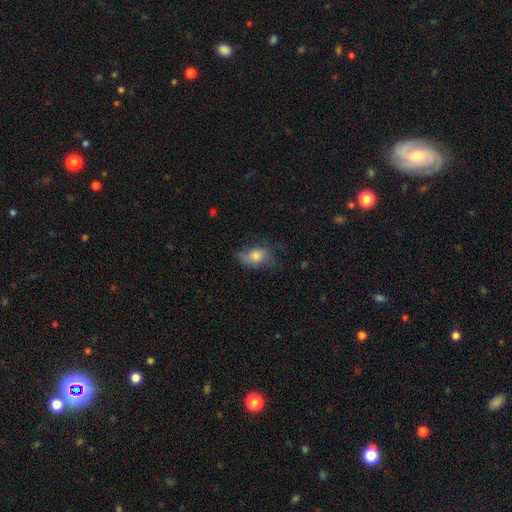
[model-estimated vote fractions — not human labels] Smooth or featured? Predicted: smooth (p=0.64). How rounded? Predicted: in between (p=0.74). Merging? Predicted: none (p=0.48).